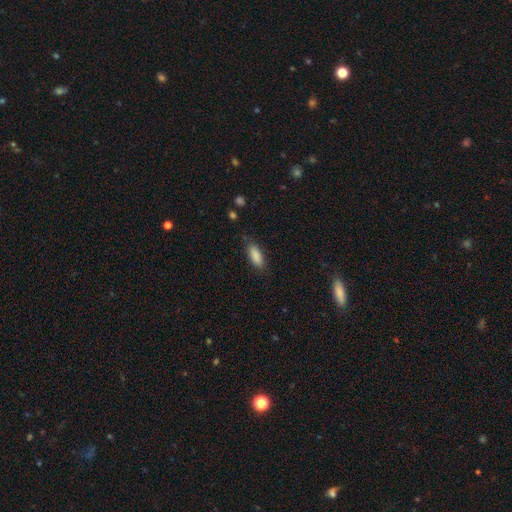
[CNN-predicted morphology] This appears to be a smooth galaxy with no disk features (87%) that is in between round and cigar-shaped (73%). Merging: none (83%).